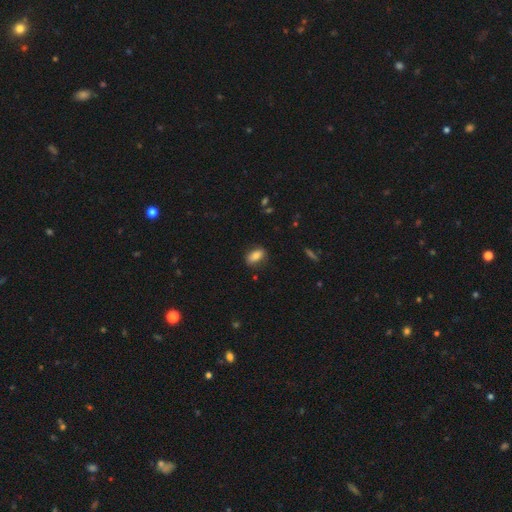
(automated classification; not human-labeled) The model was most divided on "merging": none: 81%, minor disturbance: 14%, major disturbance: 3%, merger: 1%. More confident: how rounded — in between (87%); smooth or featured — smooth (83%).